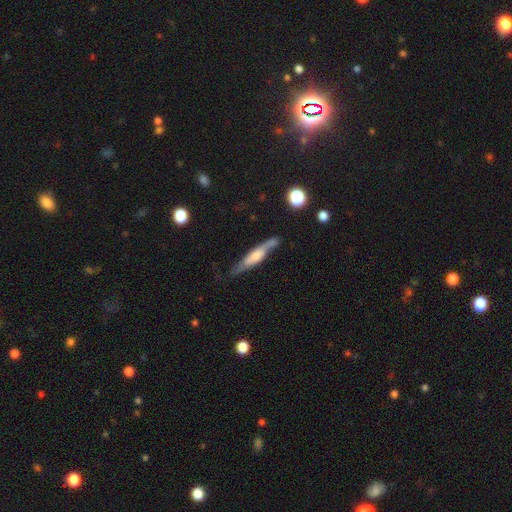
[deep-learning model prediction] This is possibly a featured or disk galaxy (57%). It is clearly viewed edge-on (81%). Merging: likely none (69%).